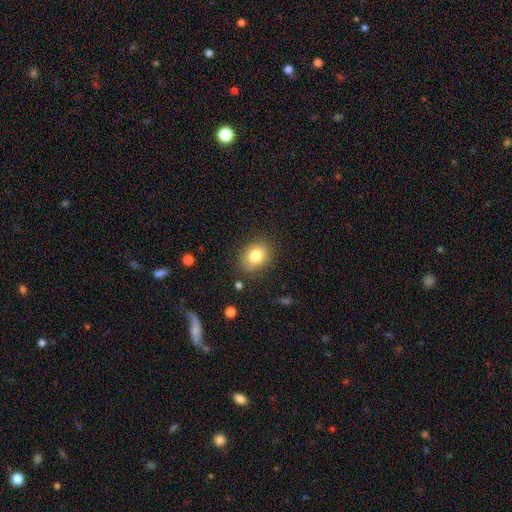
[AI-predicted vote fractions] The model was most divided on "how rounded": in between: 53%, round: 46%, cigar-shaped: 1%. More confident: merging — none (83%); smooth or featured — smooth (81%).